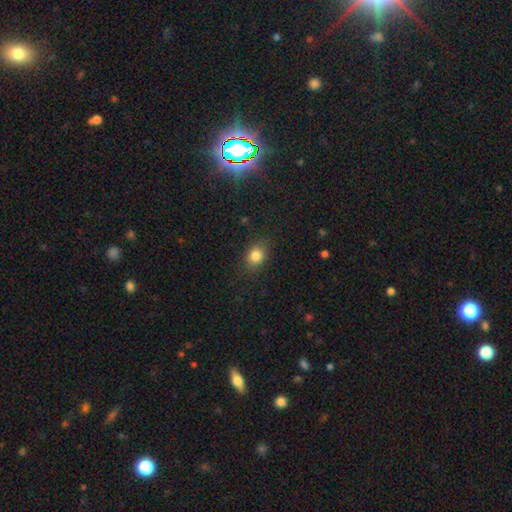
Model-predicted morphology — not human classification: A smooth galaxy with no disk features (83%) that is round (52%).

Vote fractions:
- Smooth or featured? smooth: 83% / star or artifact: 11% / featured or disk: 6%
- How rounded? round: 52% / in between: 47% / cigar-shaped: 1%
- Merging? none: 83% / minor disturbance: 12% / major disturbance: 4% / merger: 1%